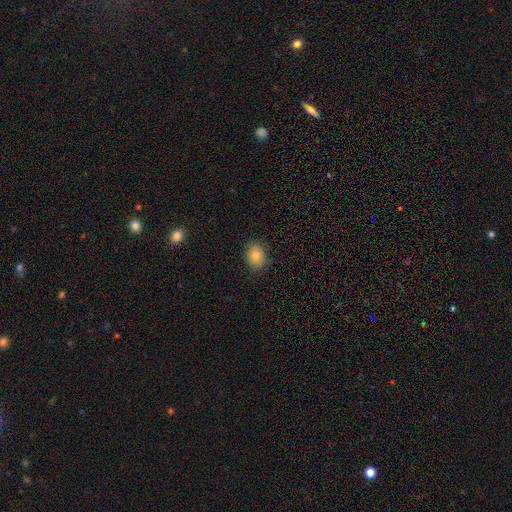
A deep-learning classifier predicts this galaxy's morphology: This appears to be a smooth galaxy with no disk features (82%) that is in between round and cigar-shaped (53%). Merging: none (86%).